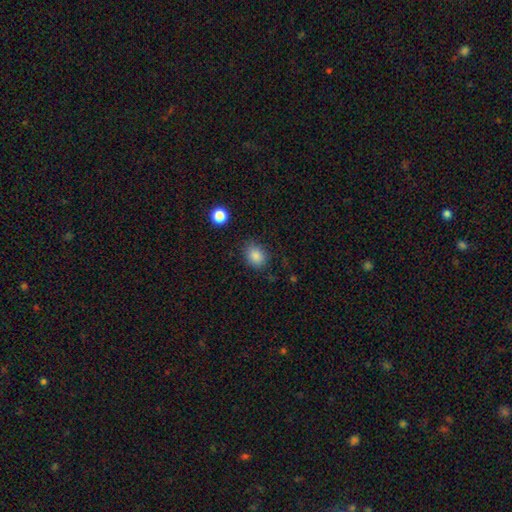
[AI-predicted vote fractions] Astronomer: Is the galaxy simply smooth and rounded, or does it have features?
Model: smooth — 85%.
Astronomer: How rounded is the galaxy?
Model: round — 50% (runner-up: in between, 49%).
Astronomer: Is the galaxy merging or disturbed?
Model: none — 80%.